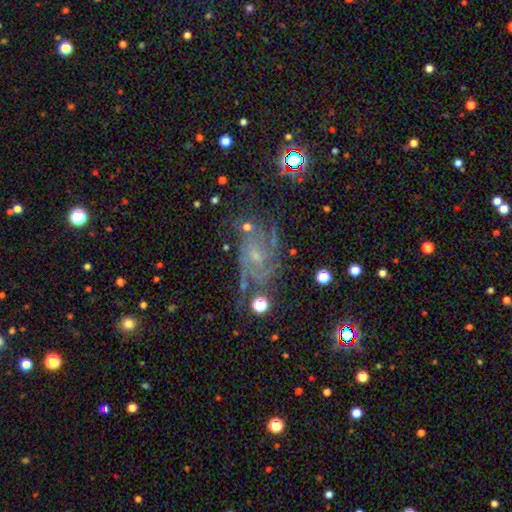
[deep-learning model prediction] A featured or disk galaxy (74%) with no bar (57%), tight (46%) spiral arms (93%) and a small central bulge (70%). Merging: none (57%).